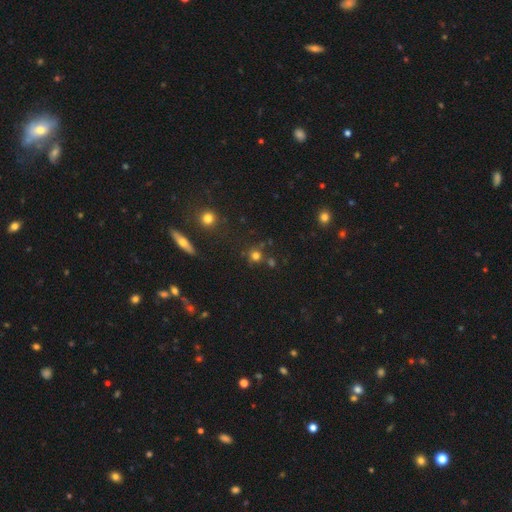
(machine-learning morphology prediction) Smooth or featured: smooth — 69% (star or artifact — 23%)
How rounded: round — 91% (in between — 7%)
Merging: none — 74% (merger — 12%)